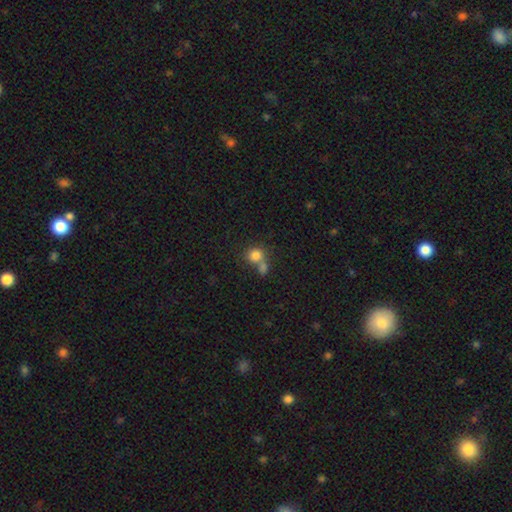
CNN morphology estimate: smooth-or-featured: smooth: 81% | star or artifact: 11% | featured or disk: 8%
  how-rounded: round: 79% | in between: 20% | cigar-shaped: 1%
  merging: merger: 45% | none: 42% | minor disturbance: 9% | major disturbance: 4%